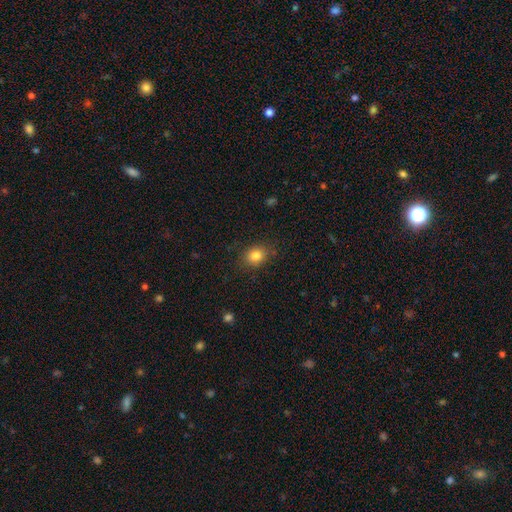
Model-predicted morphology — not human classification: smooth 83%, star or artifact 11%, featured or disk 7%. Down the decision tree: how rounded — round (52%); merging — none (82%).